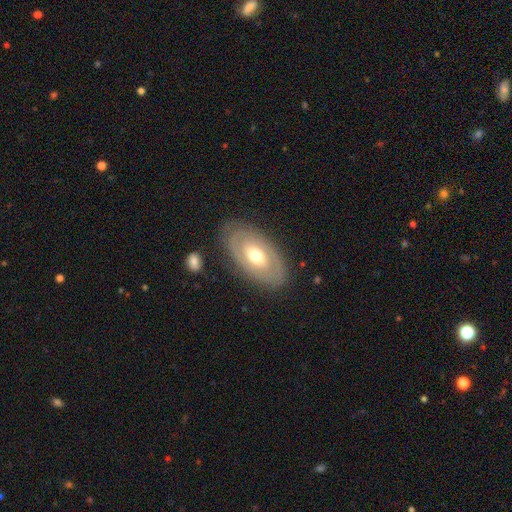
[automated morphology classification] smooth-or-featured: featured or disk: 61% | smooth: 33% | star or artifact: 5%
  disk-edge-on: no: 90% | yes: 10%
    bar: no: 73% | weak: 20% | strong: 7%
    has-spiral-arms: no: 54% | yes: 46%
    bulge-size: moderate: 71% | small: 18% | large: 9% | dominant: 1% | none: 1%
  merging: none: 82% | minor disturbance: 12% | major disturbance: 4% | merger: 2%